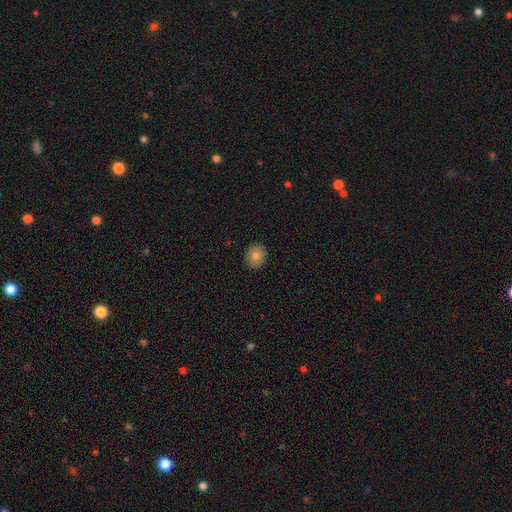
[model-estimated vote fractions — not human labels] This appears to be a smooth galaxy with no disk features (80%) that is round (64%). Merging: none (90%).